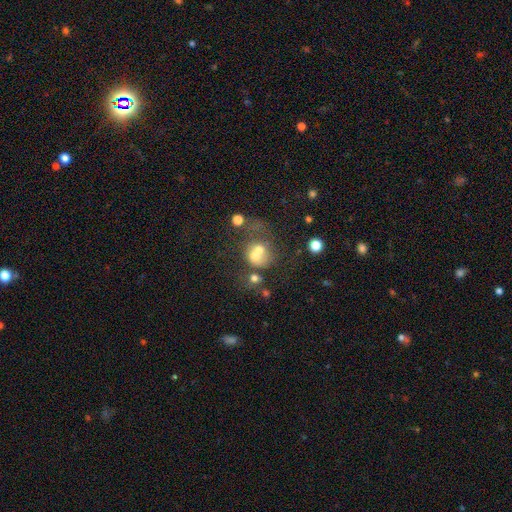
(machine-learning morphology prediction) smooth 57%, featured or disk 27%, star or artifact 16%. Down the decision tree: how rounded — round (69%); merging — merger (59%).